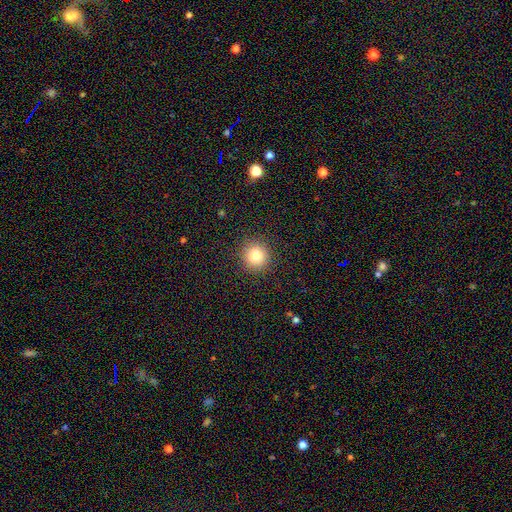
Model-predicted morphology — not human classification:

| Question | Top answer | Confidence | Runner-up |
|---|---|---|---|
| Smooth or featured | smooth | 81% | star or artifact (12%) |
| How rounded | round | 93% | in between (7%) |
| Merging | none | 91% | minor disturbance (6%) |